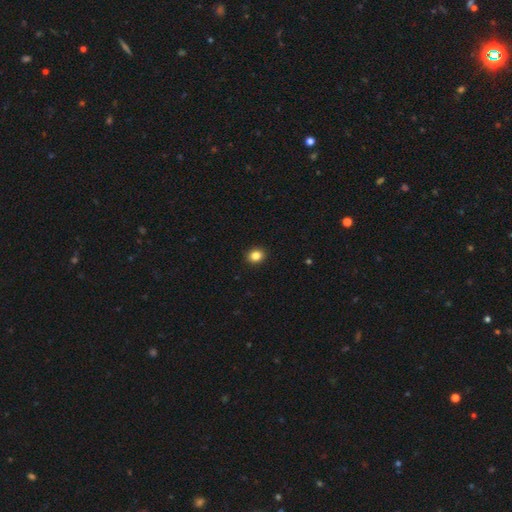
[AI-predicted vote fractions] A smooth galaxy with no disk features (85%) that is round (65%). Merging: none (92%).